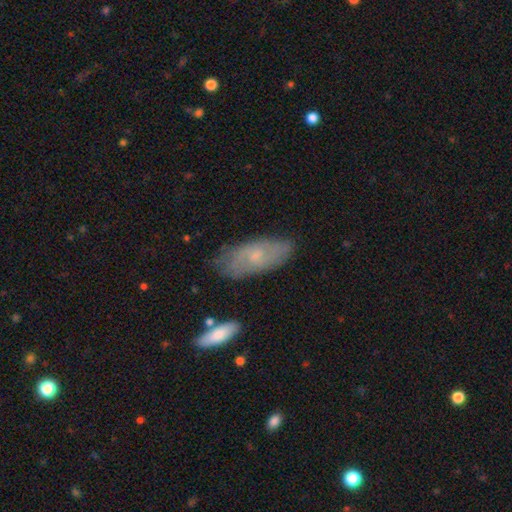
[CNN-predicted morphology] smooth 48%, featured or disk 44%, star or artifact 7%. Down the decision tree: merging — none (74%).